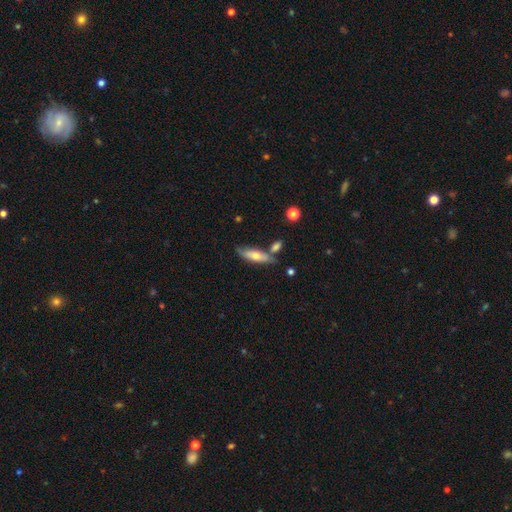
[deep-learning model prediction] A smooth galaxy with no disk features (58%) that is in between round and cigar-shaped (49%, tied with cigar-shaped).

Vote fractions:
- Smooth or featured? smooth: 58% / featured or disk: 36% / star or artifact: 6%
- How rounded? in between: 49% (tied) / cigar-shaped: 49% (tied) / round: 2%
- Merging? none: 62% / merger: 18% / minor disturbance: 17% / major disturbance: 4%